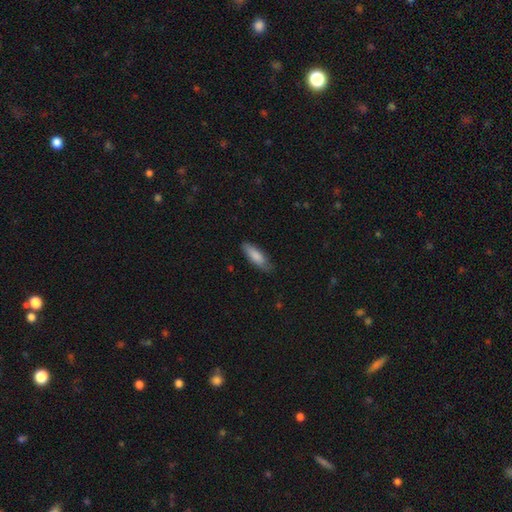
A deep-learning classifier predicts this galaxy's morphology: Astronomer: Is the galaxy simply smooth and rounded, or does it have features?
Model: smooth — 82%.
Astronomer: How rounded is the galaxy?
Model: in between — 56% (runner-up: cigar-shaped, 42%).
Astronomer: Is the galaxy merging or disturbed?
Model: none — 73%.